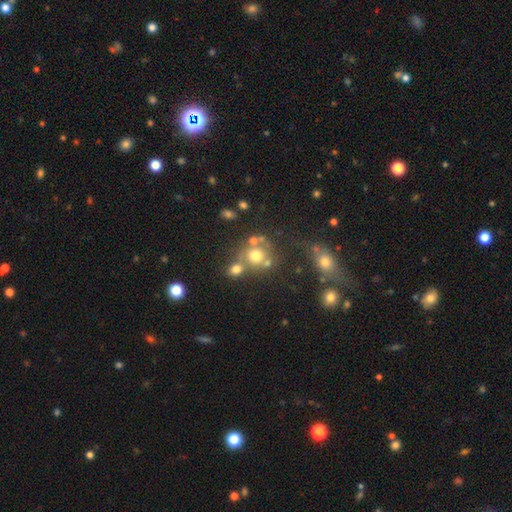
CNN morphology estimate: This is likely a smooth galaxy (64%). How rounded: clearly round (84%). Merging: possibly none (53%).